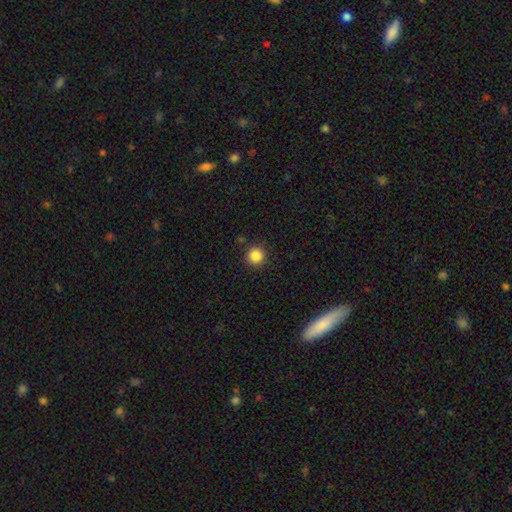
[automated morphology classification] smooth-or-featured: smooth: 85% | star or artifact: 11% | featured or disk: 3%
  how-rounded: round: 95% | in between: 4% | cigar-shaped: 1%
  merging: none: 91% | minor disturbance: 6% | major disturbance: 2% | merger: 2%